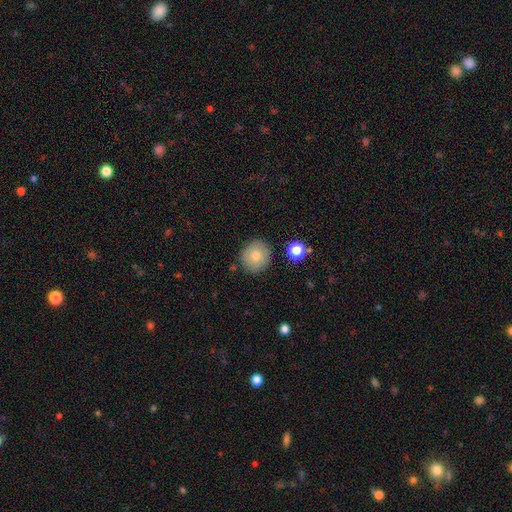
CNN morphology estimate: smooth_or_featured: smooth (p=0.73) [alt: featured or disk p=0.16]
how_rounded: round (p=0.89) [alt: in between p=0.10]
merging: none (p=0.87) [alt: minor disturbance p=0.08]